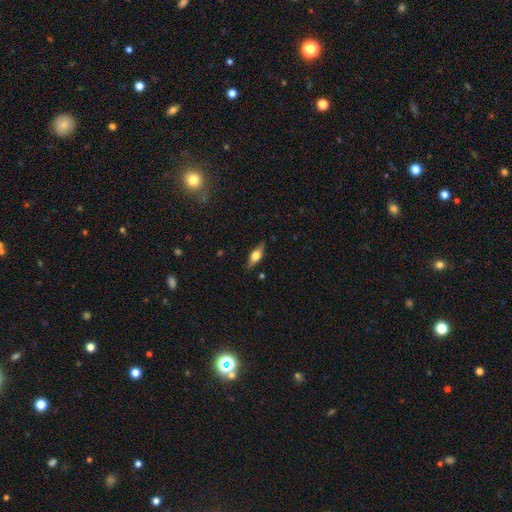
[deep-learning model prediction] smooth 52%, featured or disk 41%, star or artifact 7%. Down the decision tree: how rounded — in between (67%); merging — none (84%).